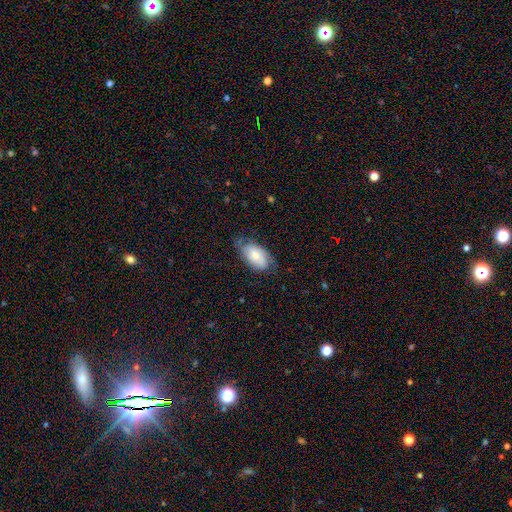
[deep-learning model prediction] Smooth or featured? Predicted: smooth (p=0.70). How rounded? Predicted: in between (p=0.94). Merging? Predicted: none (p=0.58).